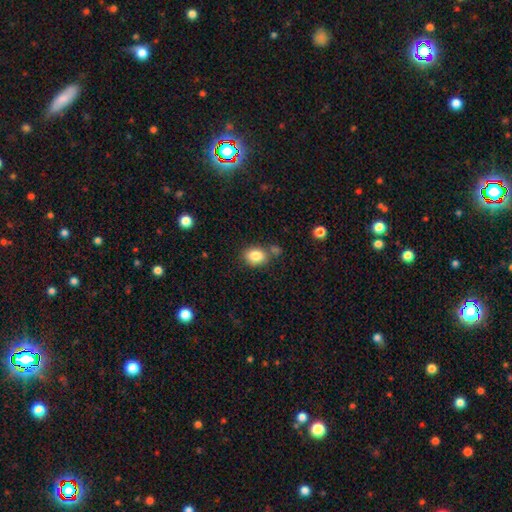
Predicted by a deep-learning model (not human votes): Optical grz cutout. It shows a smooth galaxy with no disk features (84%) that is in between round and cigar-shaped (64%). Merging: none (68%).